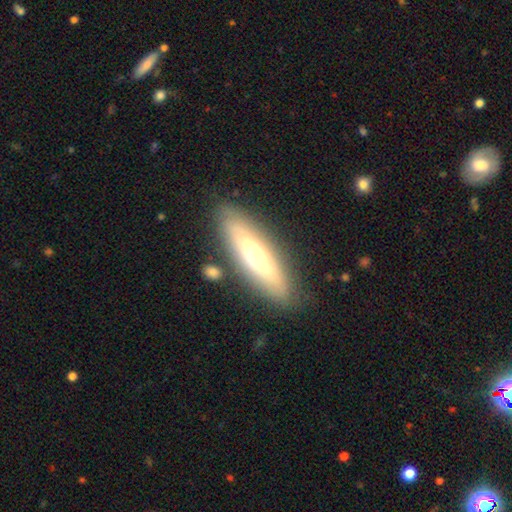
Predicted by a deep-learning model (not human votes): Smooth or featured? Predicted: smooth (p=0.50). Merging? Predicted: none (p=0.82).